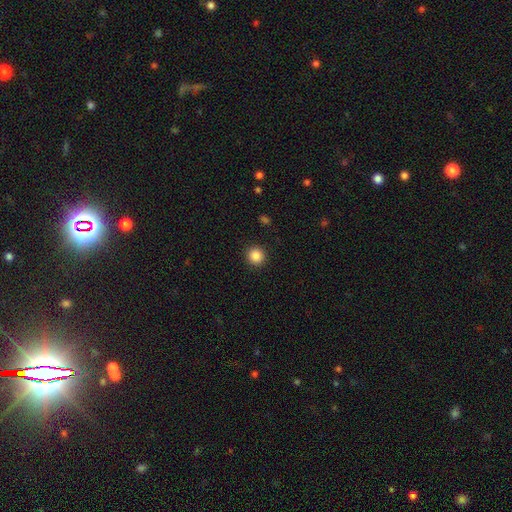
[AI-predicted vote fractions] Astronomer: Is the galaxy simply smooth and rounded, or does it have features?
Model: smooth — 87%.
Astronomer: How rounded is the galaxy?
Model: round — 94%.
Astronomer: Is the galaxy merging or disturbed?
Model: none — 92%.